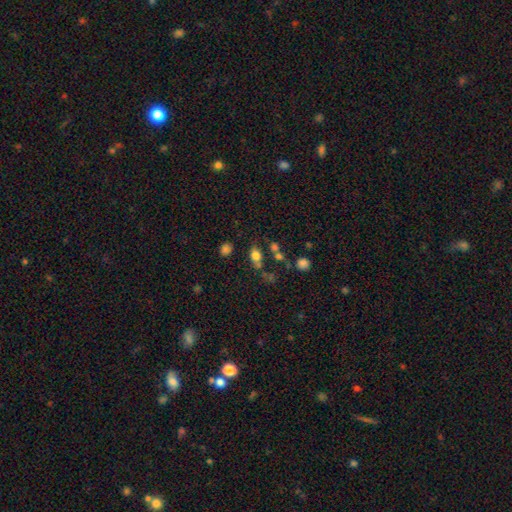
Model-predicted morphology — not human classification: This is likely a smooth galaxy (75%). How rounded: likely in between (74%). Merging: possibly none (56%).